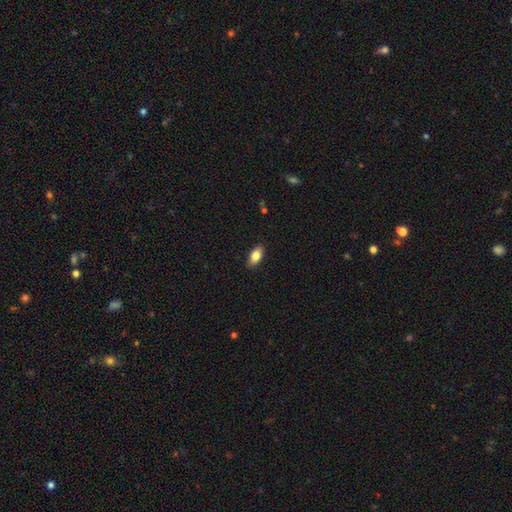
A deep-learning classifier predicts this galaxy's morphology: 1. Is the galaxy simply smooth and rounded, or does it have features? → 80% smooth, 13% featured or disk, 7% star or artifact.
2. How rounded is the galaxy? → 89% in between, 8% cigar-shaped, 3% round.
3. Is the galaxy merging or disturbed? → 89% none, 9% minor disturbance, 2% major disturbance, 1% merger.